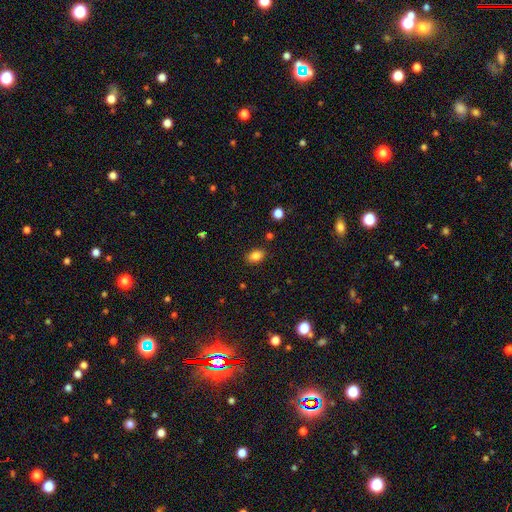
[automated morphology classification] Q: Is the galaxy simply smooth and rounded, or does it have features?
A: smooth — 84%.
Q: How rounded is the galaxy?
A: in between — 82%.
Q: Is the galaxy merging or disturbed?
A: none — 86%.